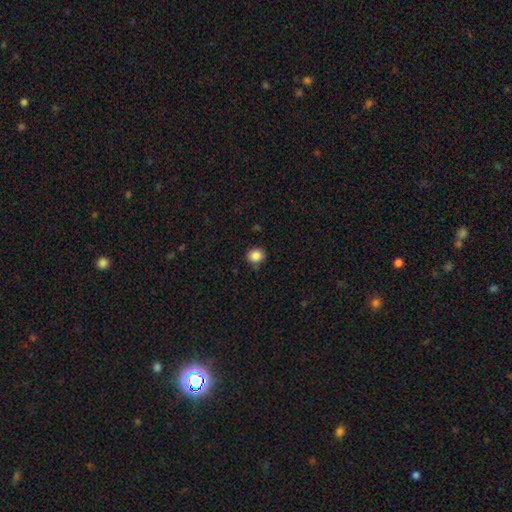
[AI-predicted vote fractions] smooth-or-featured: smooth: 87% | star or artifact: 10% | featured or disk: 4%
  how-rounded: round: 78% | in between: 21% | cigar-shaped: 1%
  merging: none: 82% | minor disturbance: 13% | major disturbance: 3% | merger: 2%